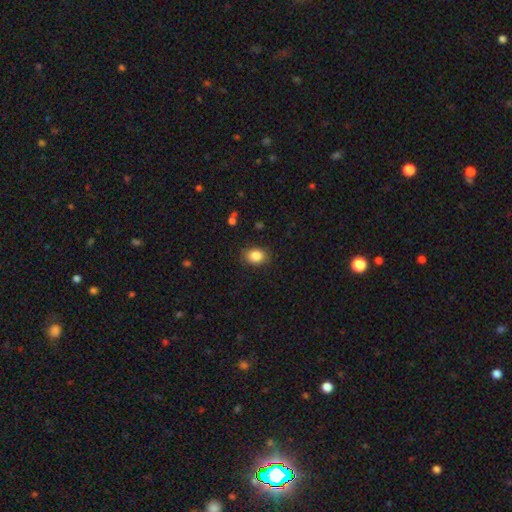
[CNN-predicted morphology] smooth_or_featured: smooth (p=0.85) [alt: star or artifact p=0.09]
how_rounded: in between (p=0.59) [alt: round p=0.40]
merging: none (p=0.84) [alt: minor disturbance p=0.12]